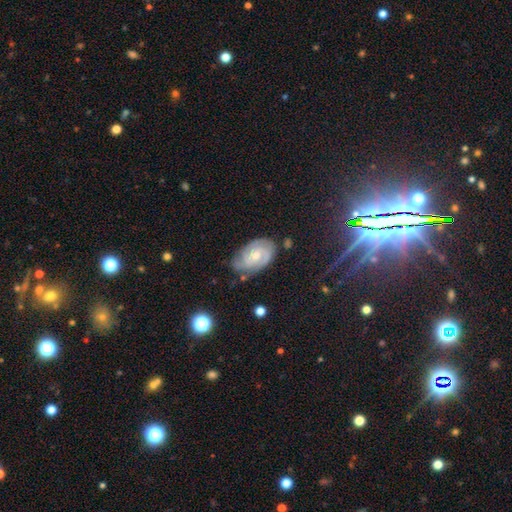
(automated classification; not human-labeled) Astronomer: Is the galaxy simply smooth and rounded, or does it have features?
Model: featured or disk — 75%.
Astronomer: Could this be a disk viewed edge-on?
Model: no — 96%.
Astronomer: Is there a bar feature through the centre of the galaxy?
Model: no — 58% (runner-up: weak, 36%).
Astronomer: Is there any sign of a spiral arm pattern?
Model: yes — 93%.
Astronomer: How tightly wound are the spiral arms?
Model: tight — 57% (runner-up: medium, 35%).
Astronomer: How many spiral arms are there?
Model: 2 — 44% (runner-up: can't tell, 25%).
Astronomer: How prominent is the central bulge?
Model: moderate — 48% (runner-up: small, 46%).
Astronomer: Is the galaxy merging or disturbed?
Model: none — 65%.